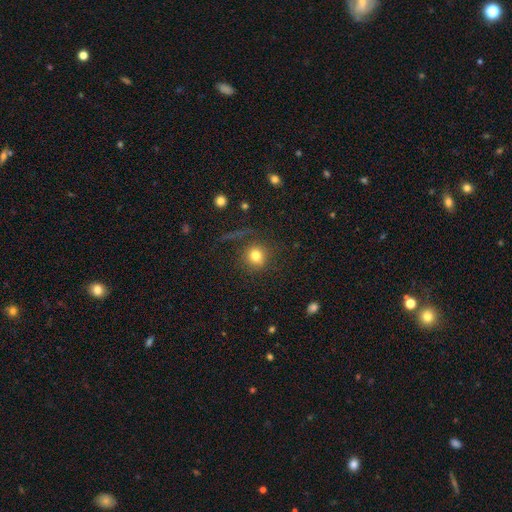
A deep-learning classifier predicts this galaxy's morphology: type=smooth (77%); roundness=round (92%); merging=none (78%).